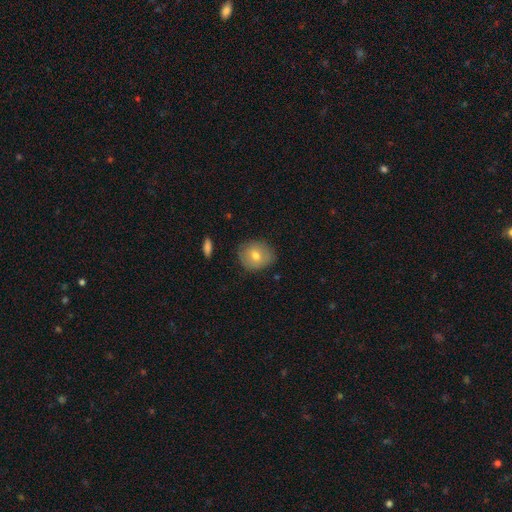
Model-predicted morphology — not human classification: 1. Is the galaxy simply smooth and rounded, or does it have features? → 68% smooth, 23% featured or disk, 8% star or artifact.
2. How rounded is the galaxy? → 73% round, 26% in between, 1% cigar-shaped.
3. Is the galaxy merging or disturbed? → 82% none, 14% minor disturbance, 3% major disturbance, 1% merger.